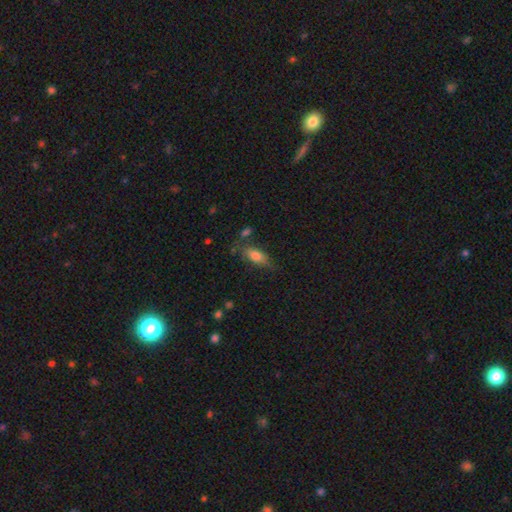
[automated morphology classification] smooth-or-featured: smooth: 73% | featured or disk: 19% | star or artifact: 8%
  how-rounded: in between: 73% | cigar-shaped: 24% | round: 3%
  merging: none: 63% | minor disturbance: 23% | major disturbance: 7% | merger: 6%